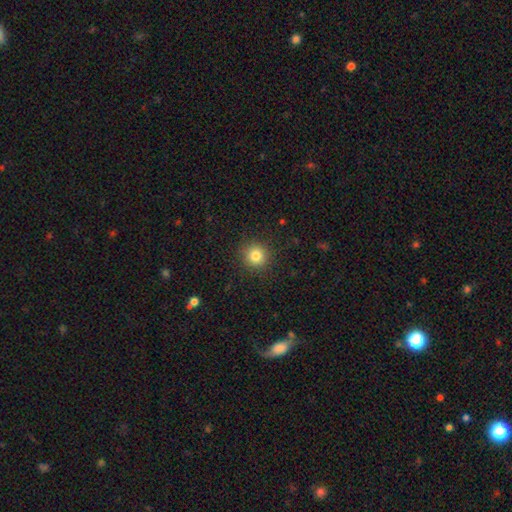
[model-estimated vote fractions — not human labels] Smooth or featured? smooth (82%)
How rounded? round (94%)
Merging? none (91%)